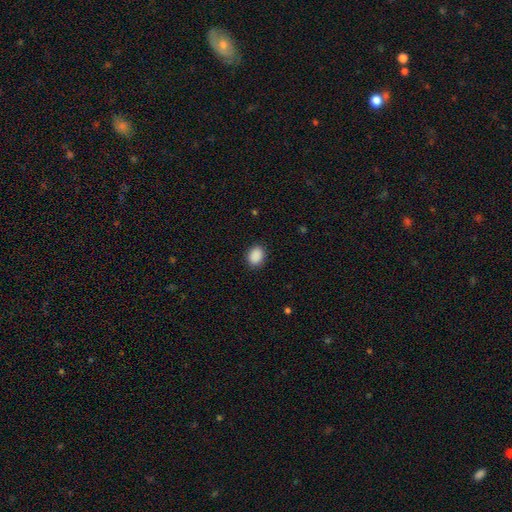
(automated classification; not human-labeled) Morphology: type=smooth (90%); roundness=in between (55%); merging=none (88%).